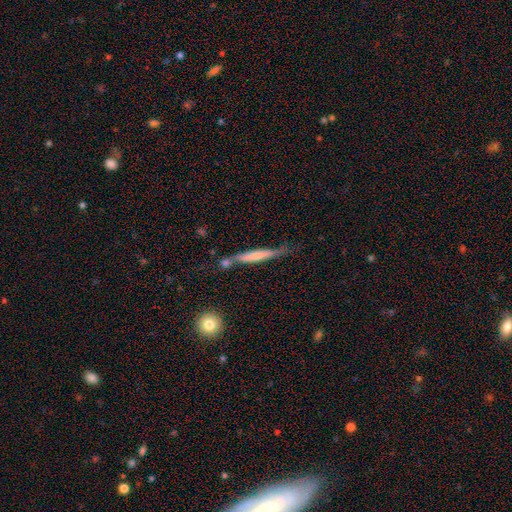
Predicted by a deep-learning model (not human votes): Q: Smooth or featured?
A: smooth (49%); runner-up: featured or disk (45%)
Q: Merging?
A: none (63%); runner-up: minor disturbance (20%)